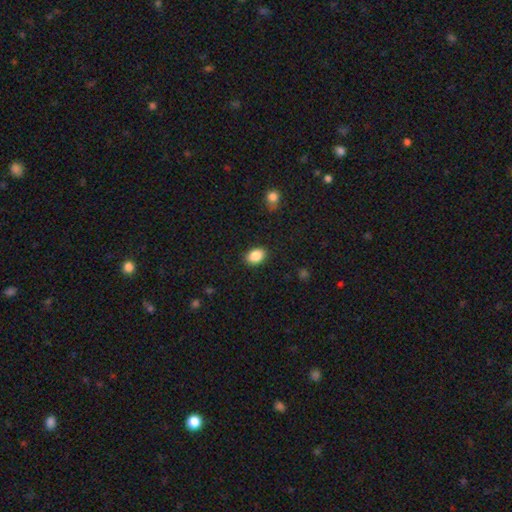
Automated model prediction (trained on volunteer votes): Smooth or featured? Predicted: smooth (p=0.88). How rounded? Predicted: in between (p=0.78). Merging? Predicted: none (p=0.88).